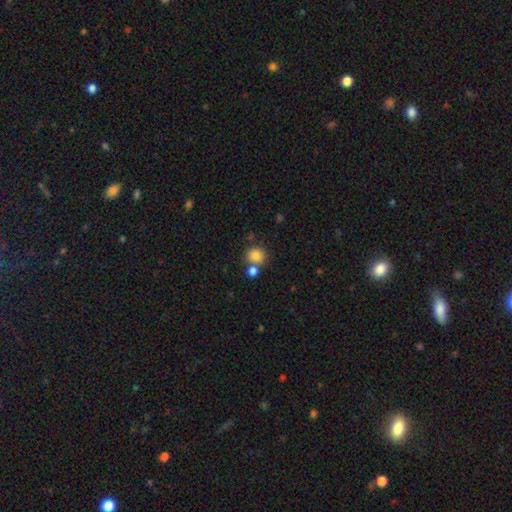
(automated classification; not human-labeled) smooth_or_featured: smooth (p=0.83) [alt: star or artifact p=0.11]
how_rounded: round (p=0.83) [alt: in between p=0.16]
merging: none (p=0.63) [alt: merger p=0.25]